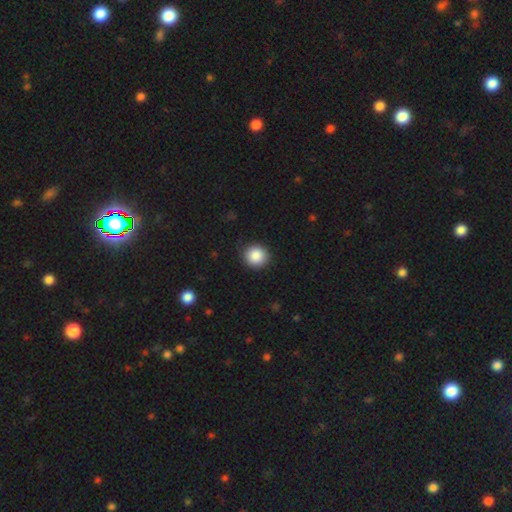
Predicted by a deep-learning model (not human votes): A smooth galaxy with no disk features (88%) that is round (92%). Merging: none (89%).